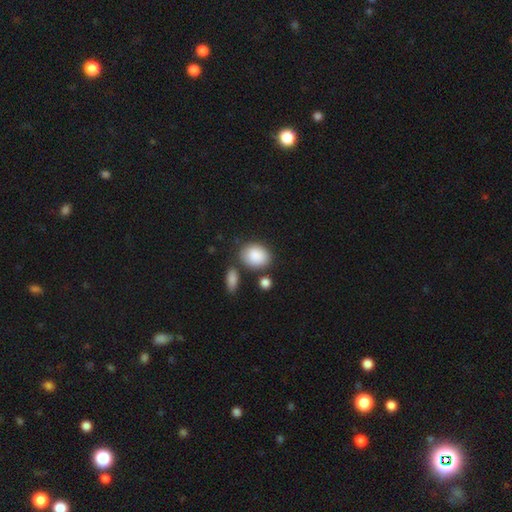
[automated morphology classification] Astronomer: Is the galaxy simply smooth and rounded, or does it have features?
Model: smooth — 88%.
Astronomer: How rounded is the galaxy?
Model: in between — 65%.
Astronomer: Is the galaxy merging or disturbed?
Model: none — 68%.